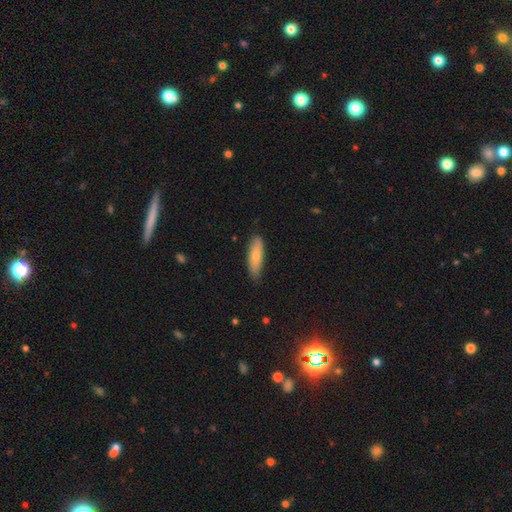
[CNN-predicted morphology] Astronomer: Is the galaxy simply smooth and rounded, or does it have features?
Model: smooth — 75%.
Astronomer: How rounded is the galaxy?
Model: cigar-shaped — 54% (runner-up: in between, 44%).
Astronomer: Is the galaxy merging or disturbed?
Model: none — 79%.